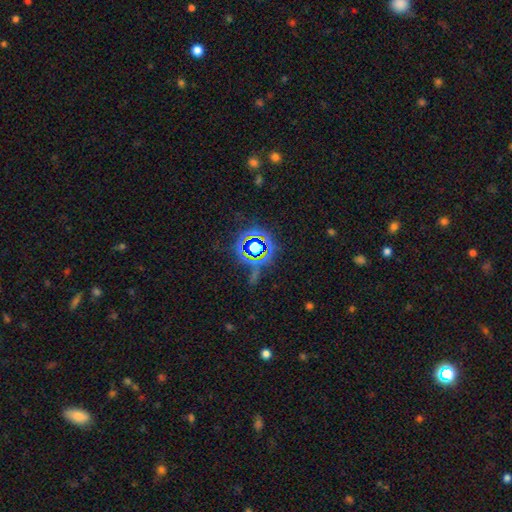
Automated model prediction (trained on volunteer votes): smooth-or-featured: star or artifact: 77% | smooth: 14% | featured or disk: 8%